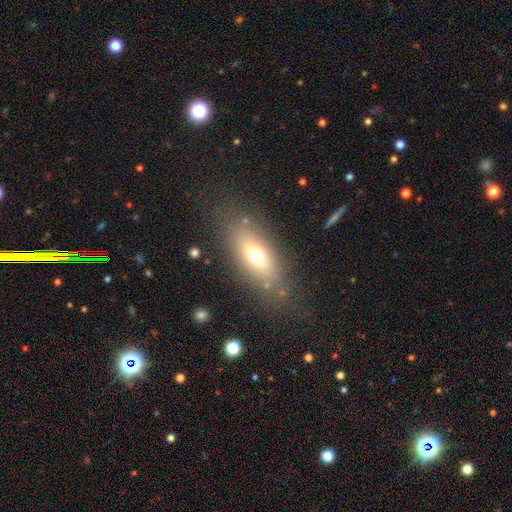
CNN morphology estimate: This is likely a smooth galaxy (64%). How rounded: likely in between (72%). Merging: likely none (77%).